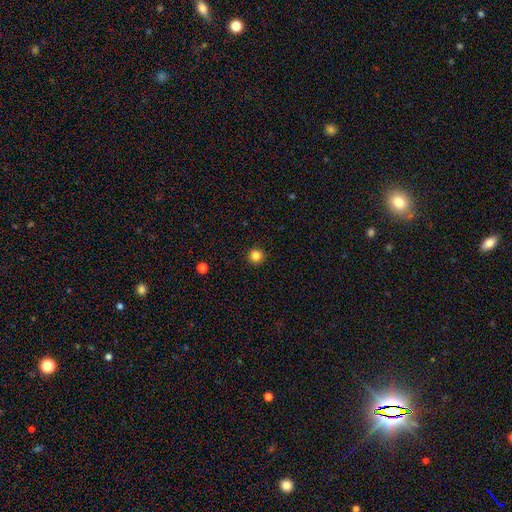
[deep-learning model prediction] Smooth or featured? smooth (84%)
How rounded? round (96%)
Merging? none (93%)